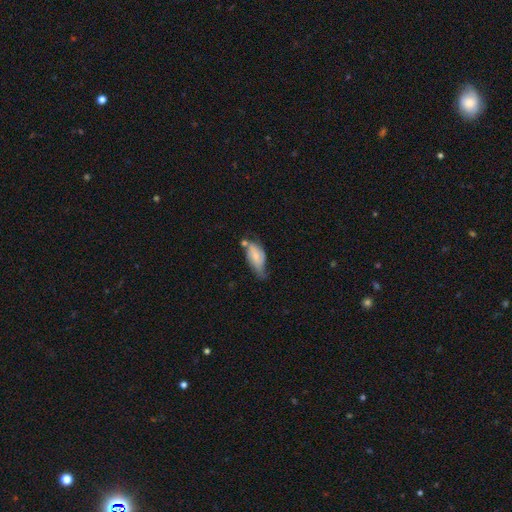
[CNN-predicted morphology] smooth 59%, featured or disk 33%, star or artifact 7%. Down the decision tree: how rounded — in between (87%); merging — minor disturbance (37%).